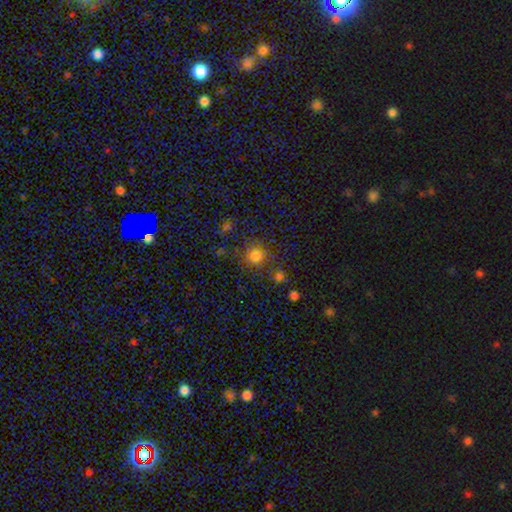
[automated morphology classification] smooth-or-featured: smooth: 69% | star or artifact: 24% | featured or disk: 6%
  how-rounded: round: 91% | in between: 8% | cigar-shaped: 1%
  merging: none: 79% | minor disturbance: 11% | merger: 5% | major disturbance: 5%